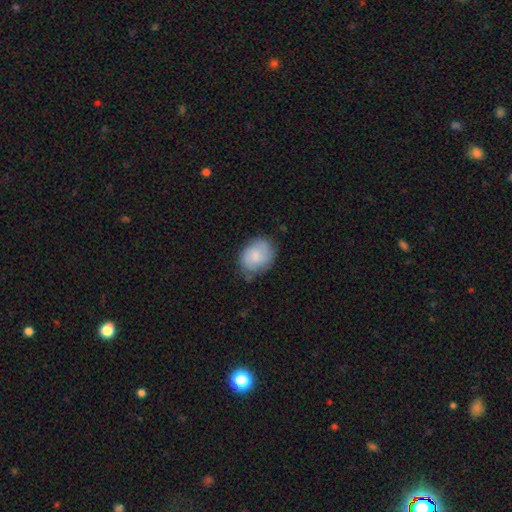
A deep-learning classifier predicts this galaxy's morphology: Smooth or featured?
  - smooth: 75% *
  - featured or disk: 19%
  - star or artifact: 7%
How rounded?
  - in between: 62% *
  - round: 37%
  - cigar-shaped: 1%
Merging?
  - none: 65% *
  - minor disturbance: 27%
  - major disturbance: 6%
  - merger: 2%